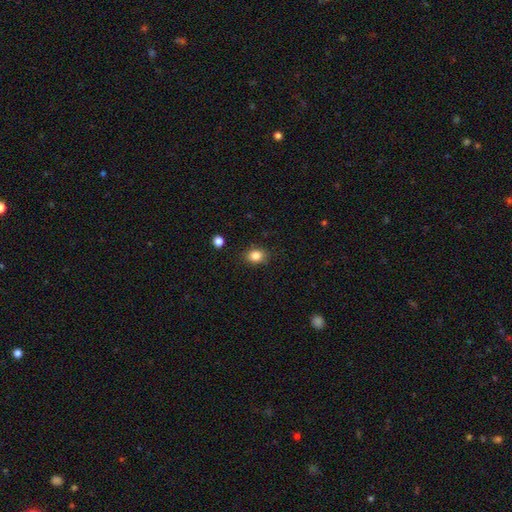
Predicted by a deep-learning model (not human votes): Smooth or featured? Predicted: smooth (p=0.84). How rounded? Predicted: in between (p=0.52). Merging? Predicted: none (p=0.86).